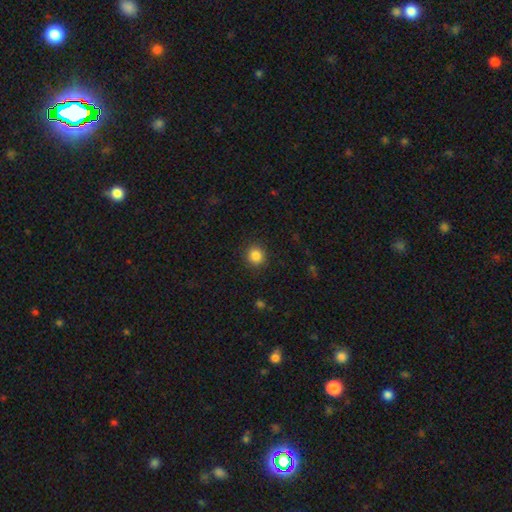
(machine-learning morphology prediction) Q: Smooth or featured?
A: smooth (86%); runner-up: star or artifact (10%)
Q: How rounded?
A: round (90%); runner-up: in between (9%)
Q: Merging?
A: none (91%); runner-up: minor disturbance (6%)